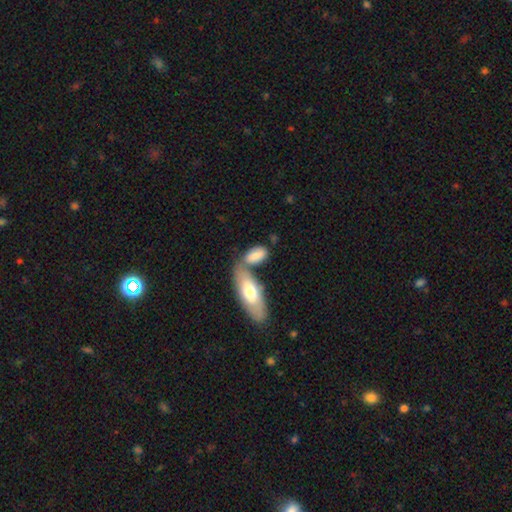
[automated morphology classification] smooth-or-featured: smooth: 77% | featured or disk: 17% | star or artifact: 6%
  how-rounded: in between: 84% | cigar-shaped: 13% | round: 3%
  merging: merger: 44% | none: 37% | minor disturbance: 13% | major disturbance: 5%